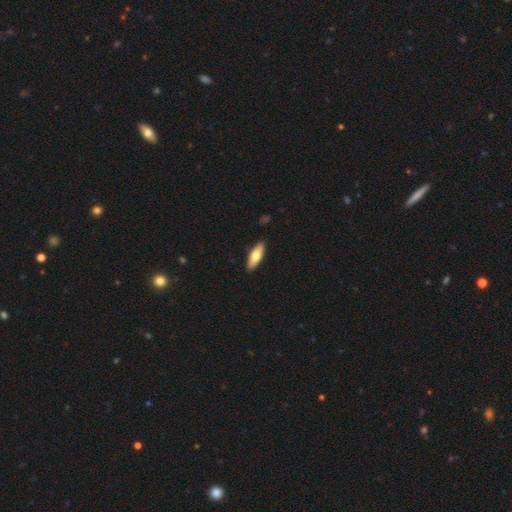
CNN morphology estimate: smooth 70%, featured or disk 25%, star or artifact 5%. Down the decision tree: how rounded — in between (59%); merging — none (90%).